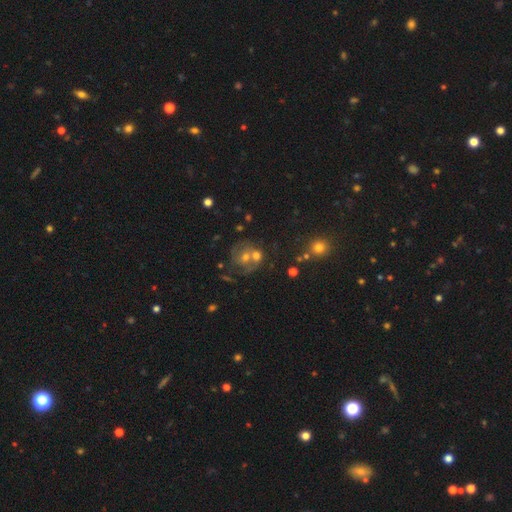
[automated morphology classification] A smooth galaxy with no disk features (46%).

Vote fractions:
- Smooth or featured? smooth: 46% / featured or disk: 40% / star or artifact: 14%
- Merging? merger: 47% / none: 33% / minor disturbance: 11% / major disturbance: 9%